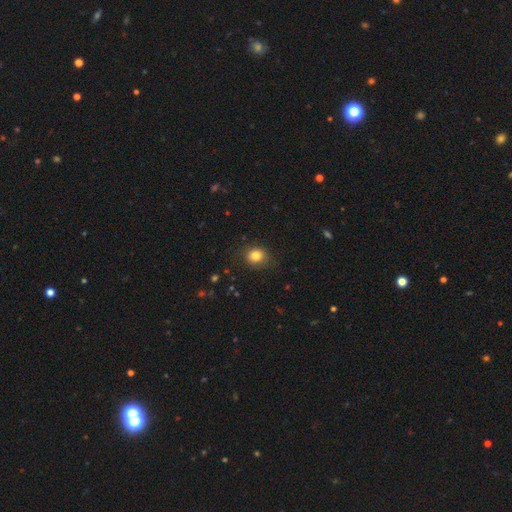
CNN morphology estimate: A smooth galaxy with no disk features (83%) that is round (69%).

Vote fractions:
- Smooth or featured? smooth: 83% / star or artifact: 11% / featured or disk: 6%
- How rounded? round: 69% / in between: 30% / cigar-shaped: 1%
- Merging? none: 81% / minor disturbance: 14% / major disturbance: 4% / merger: 1%